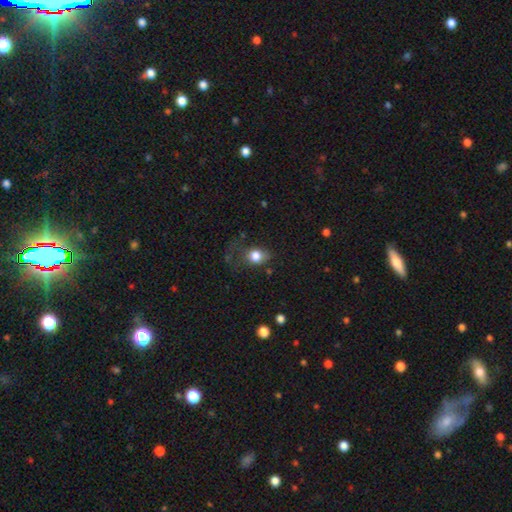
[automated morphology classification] The model was most divided on "merging": none: 38%, major disturbance: 33%, minor disturbance: 26%, merger: 3%. More confident: smooth or featured — smooth (79%); how rounded — round (55%).